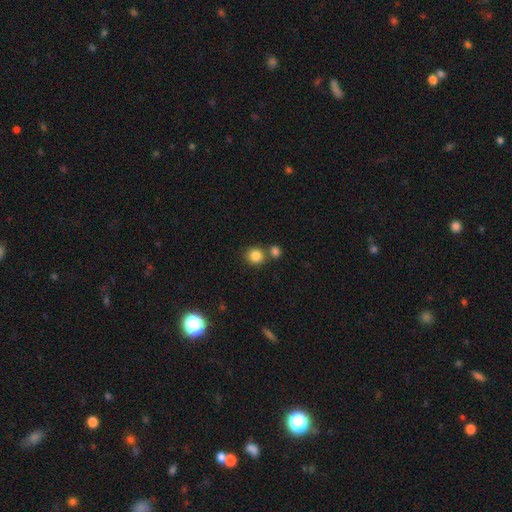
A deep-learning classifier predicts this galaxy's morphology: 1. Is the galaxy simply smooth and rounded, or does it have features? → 85% smooth, 11% star or artifact, 5% featured or disk.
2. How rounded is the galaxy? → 87% round, 12% in between, 1% cigar-shaped.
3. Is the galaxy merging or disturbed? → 66% none, 24% merger, 8% minor disturbance, 2% major disturbance.